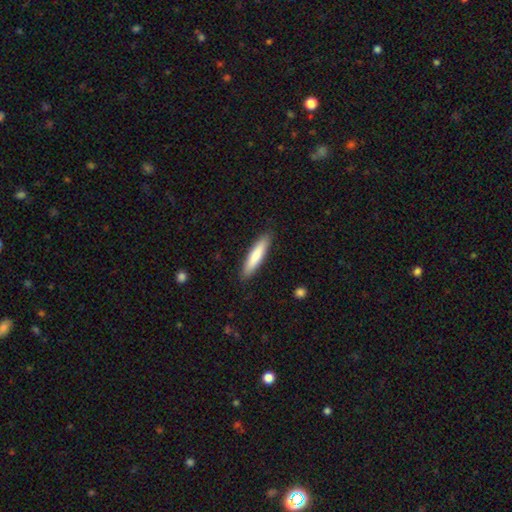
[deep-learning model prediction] A smooth galaxy with no disk features (80%) that is cigar-shaped (84%).

Vote fractions:
- Smooth or featured? smooth: 80% / featured or disk: 15% / star or artifact: 5%
- How rounded? cigar-shaped: 84% / in between: 15% / round: 1%
- Merging? none: 89% / minor disturbance: 9% / major disturbance: 2% / merger: 1%